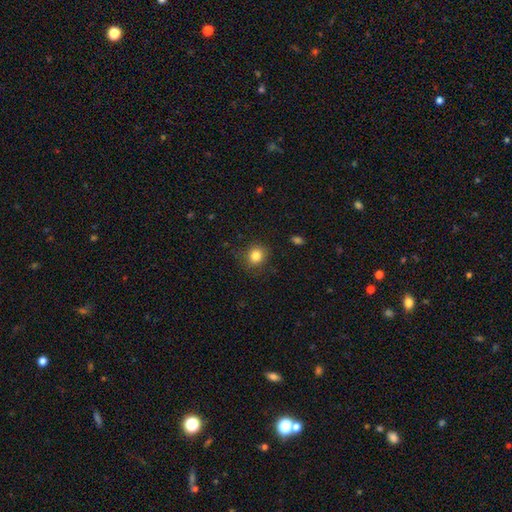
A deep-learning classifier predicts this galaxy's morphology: Q: Smooth or featured?
A: smooth (83%); runner-up: star or artifact (11%)
Q: How rounded?
A: round (82%); runner-up: in between (17%)
Q: Merging?
A: none (83%); runner-up: minor disturbance (12%)